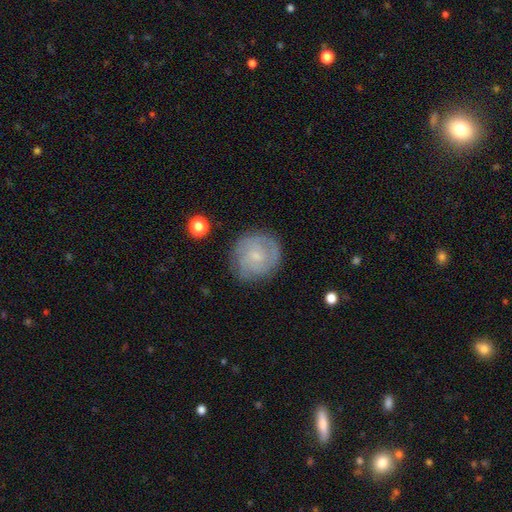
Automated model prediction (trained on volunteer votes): Q: Smooth or featured?
A: featured or disk (64%); runner-up: smooth (28%)
Q: Edge-on disk?
A: no (98%); runner-up: yes (2%)
Q: Bar?
A: no (67%); runner-up: weak (29%)
Q: Spiral arms?
A: yes (88%); runner-up: no (12%)
Q: Spiral winding?
A: tight (63%); runner-up: medium (29%)
Q: Spiral arm count?
A: can't tell (41%); runner-up: 2 (22%)
Q: Bulge size?
A: small (74%); runner-up: moderate (16%)
Q: Merging?
A: none (79%); runner-up: minor disturbance (15%)